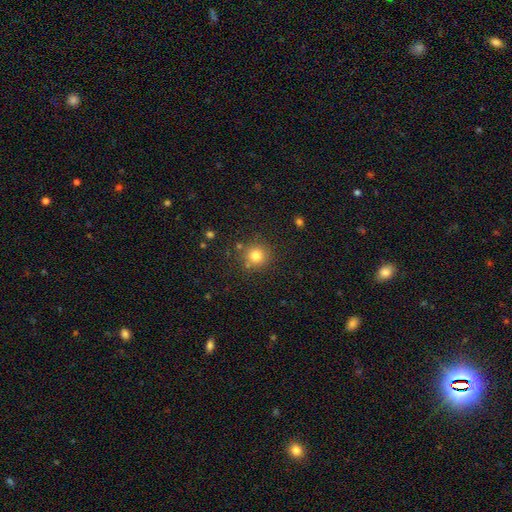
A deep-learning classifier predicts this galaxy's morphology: This is likely a smooth galaxy (79%). How rounded: clearly round (93%). Merging: clearly none (84%).